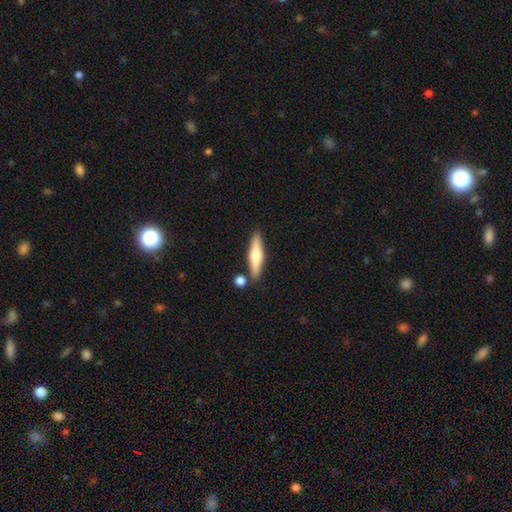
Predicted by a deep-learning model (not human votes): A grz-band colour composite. It shows a smooth galaxy with no disk features (49%). Merging: none (82%).